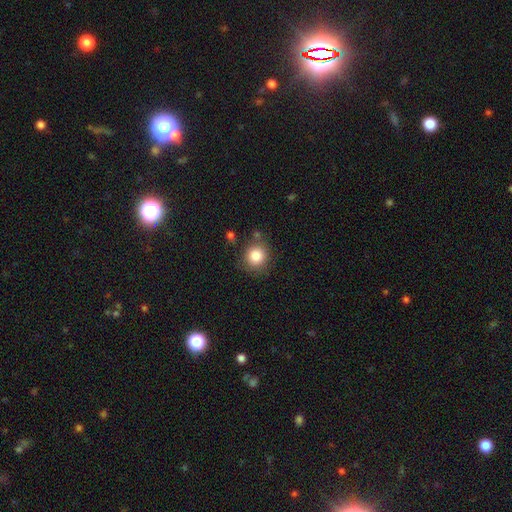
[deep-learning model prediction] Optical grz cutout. It shows a smooth galaxy with no disk features (84%) that is round (88%). Merging: none (80%).